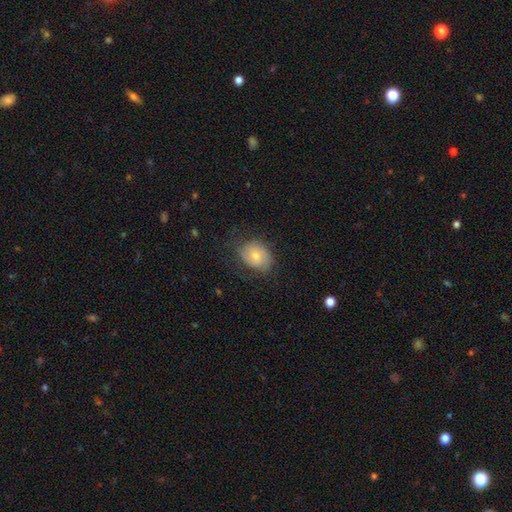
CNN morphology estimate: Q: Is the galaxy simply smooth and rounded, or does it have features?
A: smooth — 58%.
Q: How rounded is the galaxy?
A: round — 51%.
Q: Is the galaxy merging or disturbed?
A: none — 64%.